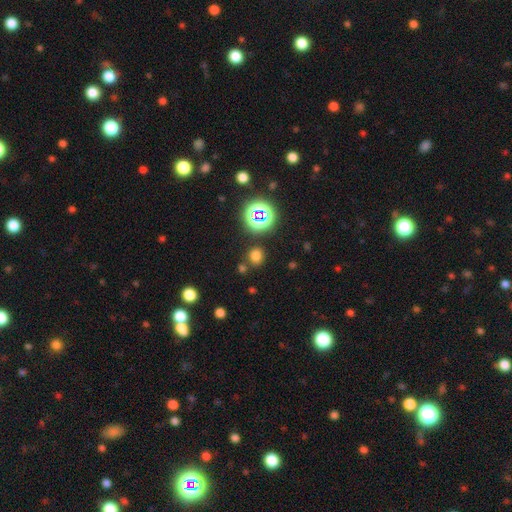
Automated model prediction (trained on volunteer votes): The model was most divided on "smooth or featured": smooth: 68%, star or artifact: 26%, featured or disk: 6%. More confident: how rounded — round (83%); merging — none (80%).